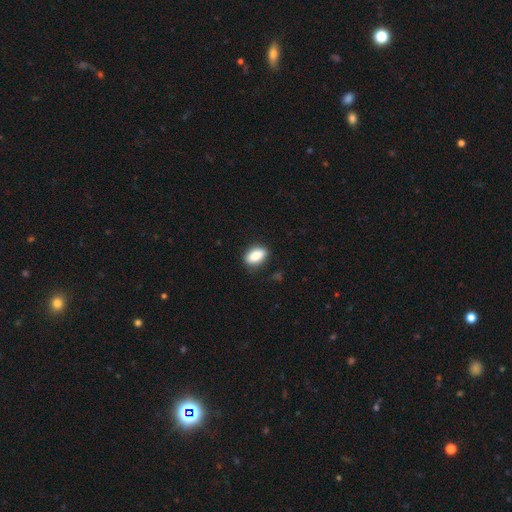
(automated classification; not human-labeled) Smooth or featured?
  - smooth: 87% *
  - star or artifact: 7%
  - featured or disk: 6%
How rounded?
  - in between: 88% *
  - round: 8%
  - cigar-shaped: 4%
Merging?
  - none: 84% *
  - minor disturbance: 12%
  - major disturbance: 3%
  - merger: 1%